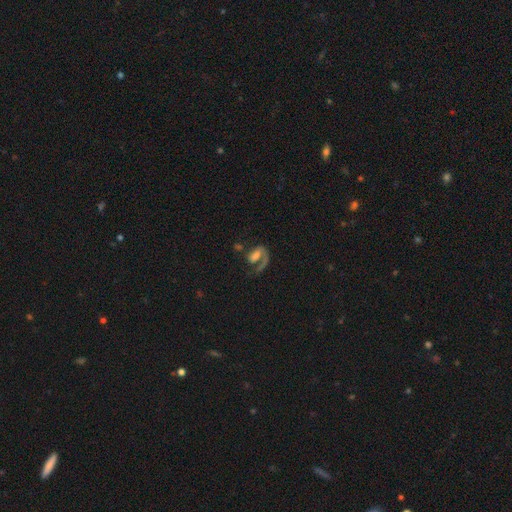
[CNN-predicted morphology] A featured or disk galaxy (62%) with no bar (54%), spiral arms (80%) and no central bulge (29%).

Vote fractions:
- Smooth or featured? featured or disk: 62% / smooth: 28% / star or artifact: 10%
- Edge-on disk? no: 96% / yes: 4%
- Bar? no: 54% / weak: 29% / strong: 16%
- Spiral arms? yes: 80% / no: 20%
- Bulge size? none: 29% / moderate: 27% / small: 22% / large: 17% / dominant: 5%
- Merging? none: 40% / major disturbance: 35% / minor disturbance: 14% / merger: 12%